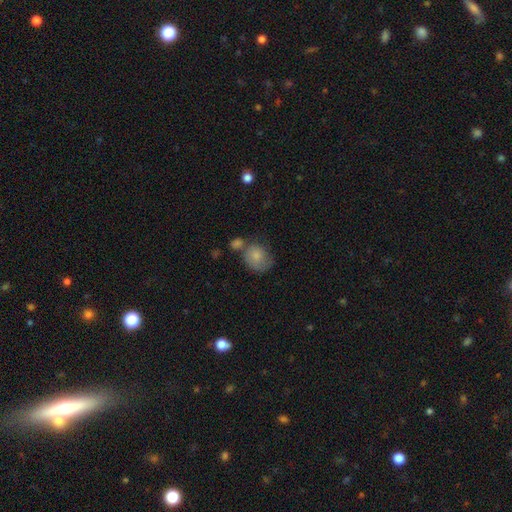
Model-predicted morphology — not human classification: Smooth or featured: smooth — 77% (featured or disk — 16%)
How rounded: round — 61% (in between — 38%)
Merging: none — 41% (merger — 24%)